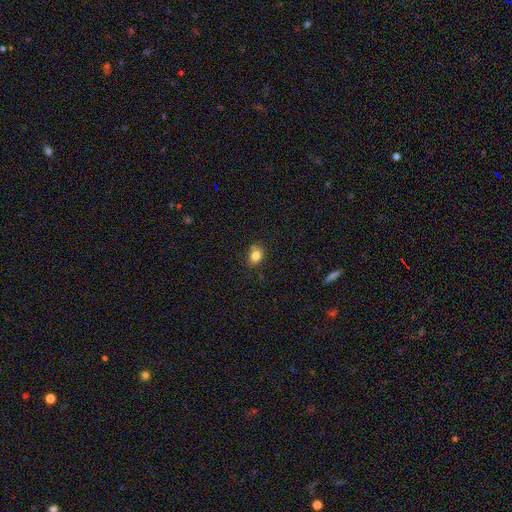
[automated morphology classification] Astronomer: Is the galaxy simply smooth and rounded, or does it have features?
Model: smooth — 80%.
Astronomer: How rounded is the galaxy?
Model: in between — 55% (runner-up: round, 44%).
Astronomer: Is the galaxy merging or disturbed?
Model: none — 73%.